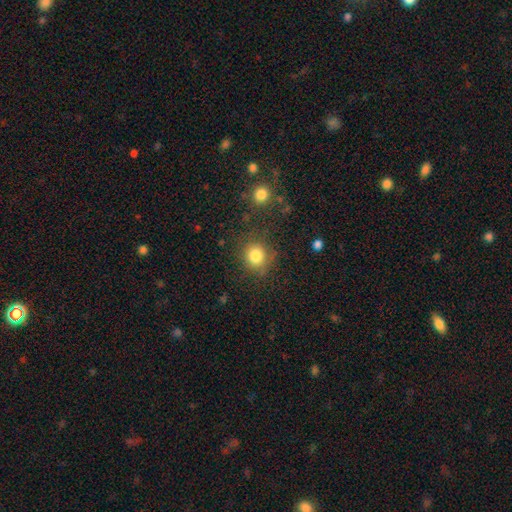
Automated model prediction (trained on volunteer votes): Smooth or featured?
  - smooth: 83% *
  - star or artifact: 11%
  - featured or disk: 6%
How rounded?
  - round: 86% *
  - in between: 13%
  - cigar-shaped: 1%
Merging?
  - none: 77% *
  - minor disturbance: 13%
  - major disturbance: 5%
  - merger: 4%